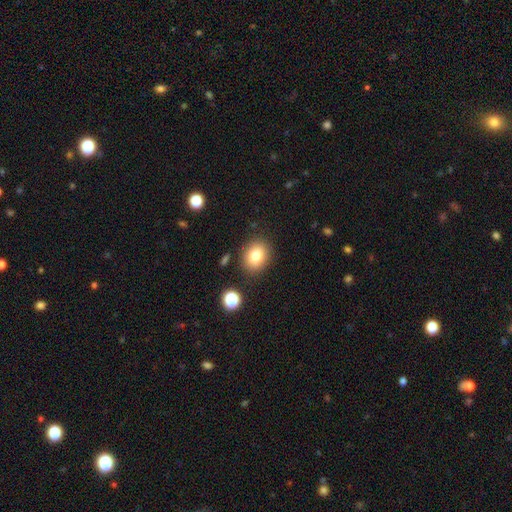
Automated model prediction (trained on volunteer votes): smooth 81%, star or artifact 11%, featured or disk 9%. Down the decision tree: how rounded — in between (51%); merging — none (84%).